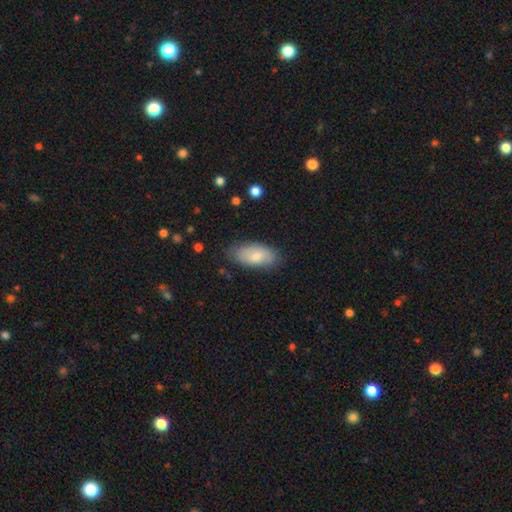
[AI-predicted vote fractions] A smooth galaxy with no disk features (75%) that is in between round and cigar-shaped (92%).

Vote fractions:
- Smooth or featured? smooth: 75% / featured or disk: 19% / star or artifact: 6%
- How rounded? in between: 92% / cigar-shaped: 5% / round: 3%
- Merging? none: 77% / minor disturbance: 18% / major disturbance: 4% / merger: 1%